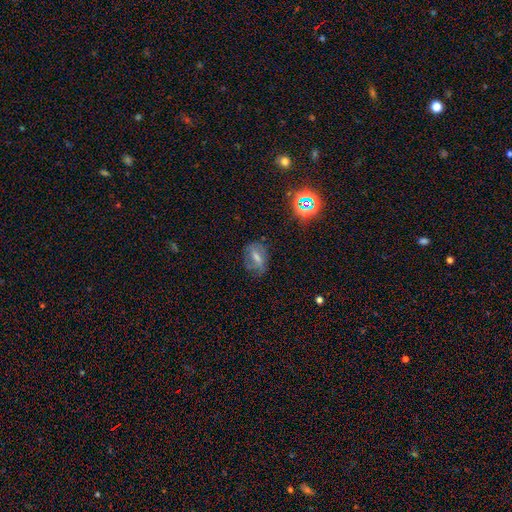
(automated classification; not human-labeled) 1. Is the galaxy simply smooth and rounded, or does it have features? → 39% smooth (tied), 39% featured or disk (tied), 23% star or artifact.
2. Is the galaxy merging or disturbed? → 60% none, 25% minor disturbance, 13% major disturbance, 2% merger.